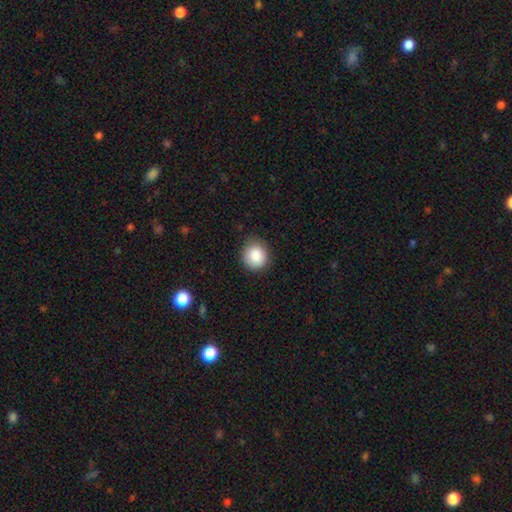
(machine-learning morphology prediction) type=smooth (87%); roundness=round (86%); merging=none (83%).